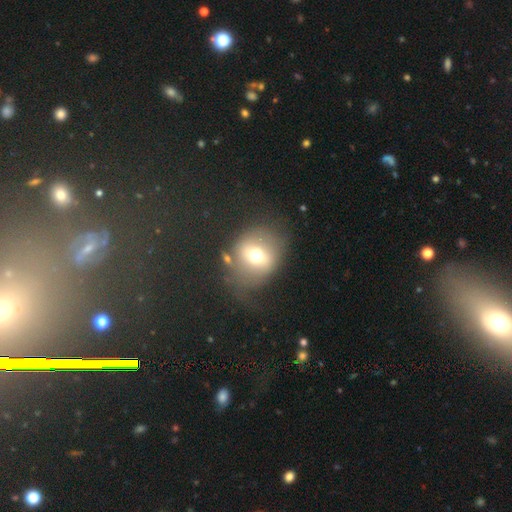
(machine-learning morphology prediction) smooth_or_featured: smooth (p=0.59) [alt: featured or disk p=0.28]
how_rounded: round (p=0.73) [alt: in between p=0.25]
merging: none (p=0.56) [alt: minor disturbance p=0.20]